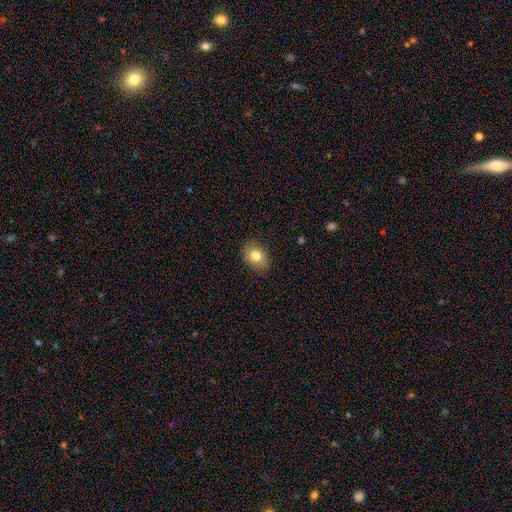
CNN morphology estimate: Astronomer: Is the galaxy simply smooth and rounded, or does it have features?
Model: smooth — 79%.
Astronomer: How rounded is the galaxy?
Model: in between — 67%.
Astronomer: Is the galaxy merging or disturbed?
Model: none — 85%.